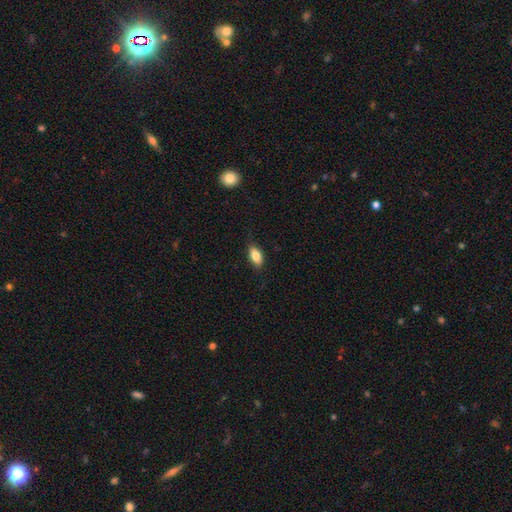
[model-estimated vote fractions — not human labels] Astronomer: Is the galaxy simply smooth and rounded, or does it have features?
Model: smooth — 81%.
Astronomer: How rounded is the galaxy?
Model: in between — 87%.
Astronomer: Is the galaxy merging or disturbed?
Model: none — 81%.